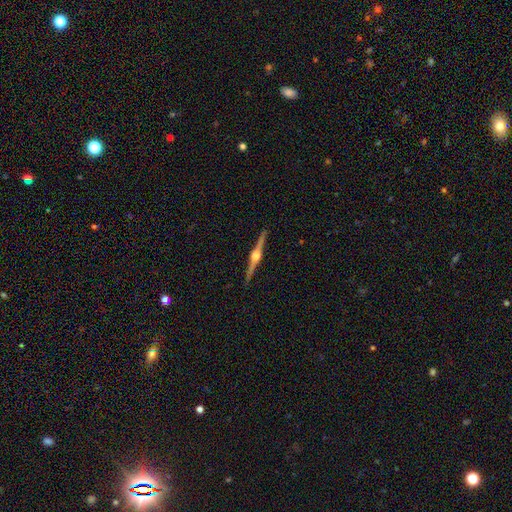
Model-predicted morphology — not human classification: This is clearly a featured or disk galaxy (88%). It is clearly viewed edge-on (99%). Edge-on bulge: clearly rounded (94%). Merging: clearly none (92%).